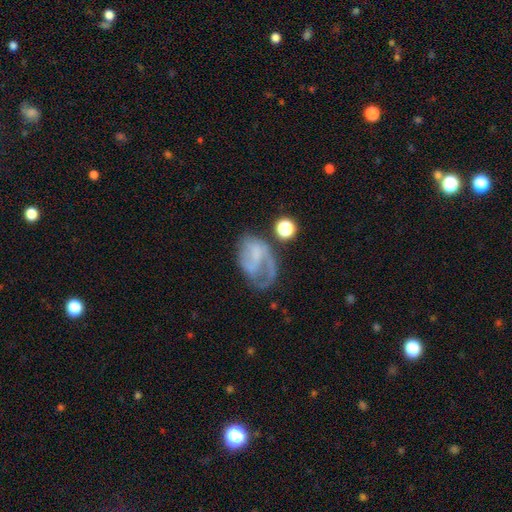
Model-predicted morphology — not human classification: type=featured or disk (60%); edge-on=no (97%); bar=no (55%); spiral arms=yes (66%); bulge=none (61%); merging=none (37%).